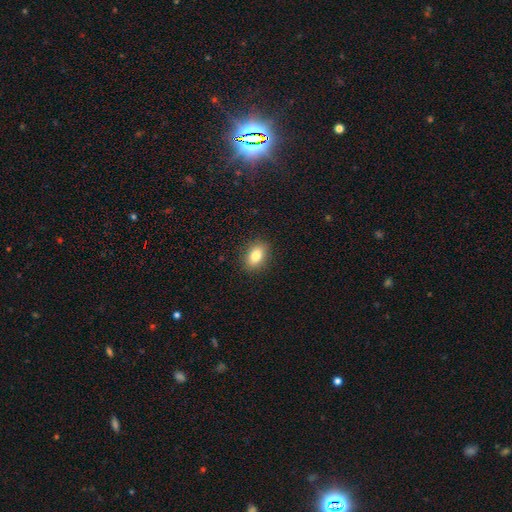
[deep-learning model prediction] Smooth or featured? smooth (82%)
How rounded? in between (82%)
Merging? none (88%)